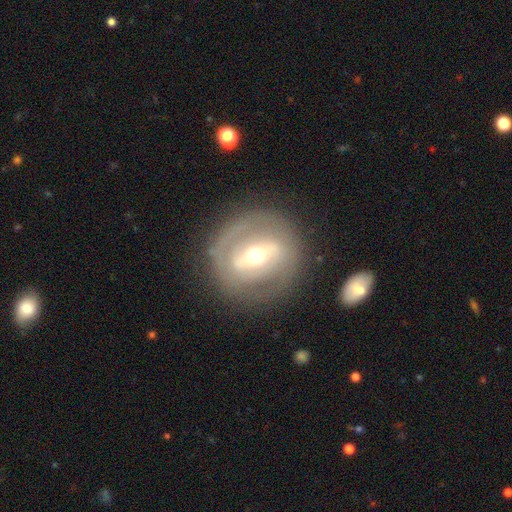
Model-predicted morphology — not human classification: The model was most divided on "bar": strong: 53%, weak: 29%, no: 19%. More confident: edge-on disk — no (90%); merging — none (78%); spiral arms — no (69%); smooth or featured — featured or disk (68%); bulge size — moderate (64%).